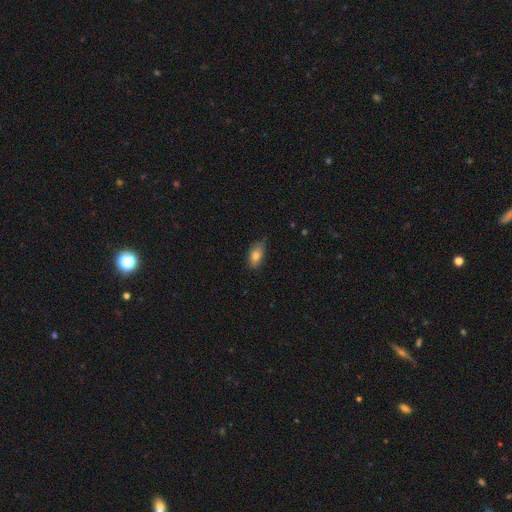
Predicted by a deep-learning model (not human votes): The model was most divided on "merging": none: 65%, minor disturbance: 29%, major disturbance: 5%, merger: 1%. More confident: how rounded — in between (88%); smooth or featured — smooth (81%).